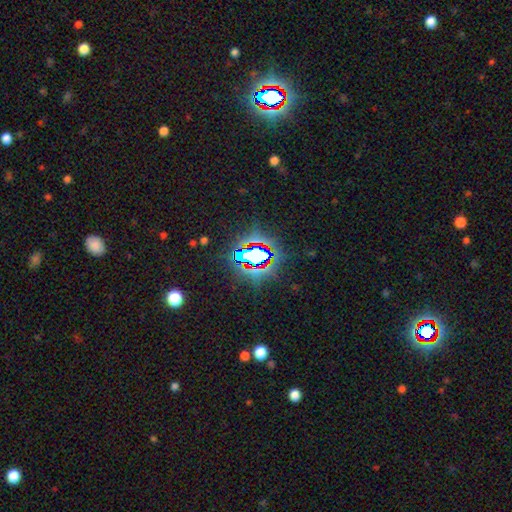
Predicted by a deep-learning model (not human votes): Smooth or featured? Predicted: star or artifact (p=0.75).